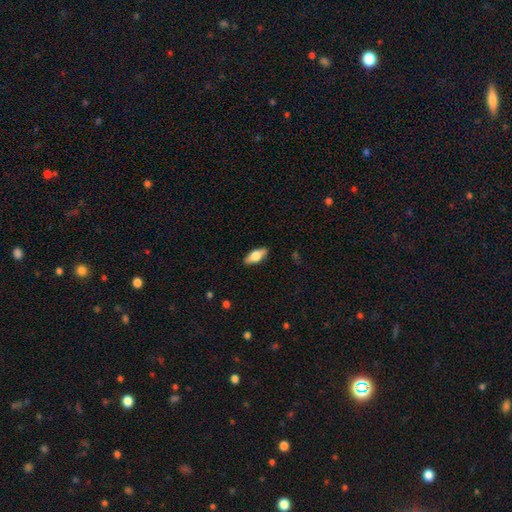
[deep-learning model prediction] A smooth galaxy with no disk features (59%) that is in between round and cigar-shaped (76%).

Vote fractions:
- Smooth or featured? smooth: 59% / featured or disk: 34% / star or artifact: 6%
- How rounded? in between: 76% / cigar-shaped: 20% / round: 3%
- Merging? none: 87% / minor disturbance: 10% / major disturbance: 2% / merger: 1%